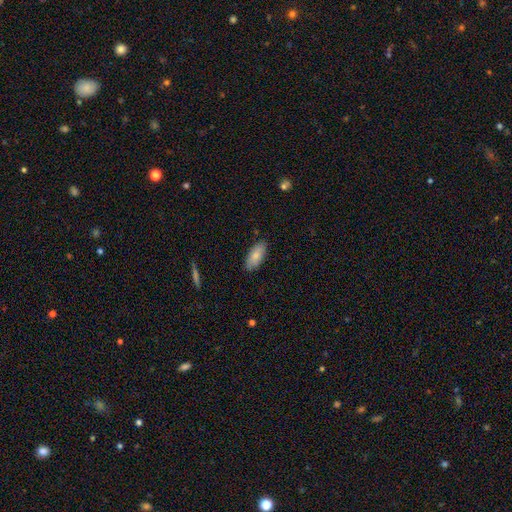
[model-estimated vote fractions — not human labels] Smooth or featured? Predicted: smooth (p=0.82). How rounded? Predicted: in between (p=0.88). Merging? Predicted: none (p=0.85).